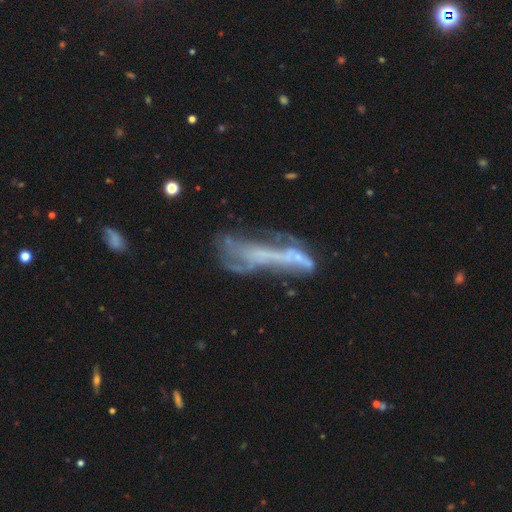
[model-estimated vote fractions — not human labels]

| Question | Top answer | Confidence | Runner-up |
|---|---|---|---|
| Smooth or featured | featured or disk | 59% | smooth (26%) |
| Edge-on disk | no | 82% | yes (18%) |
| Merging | major disturbance | 36% | merger (33%) |